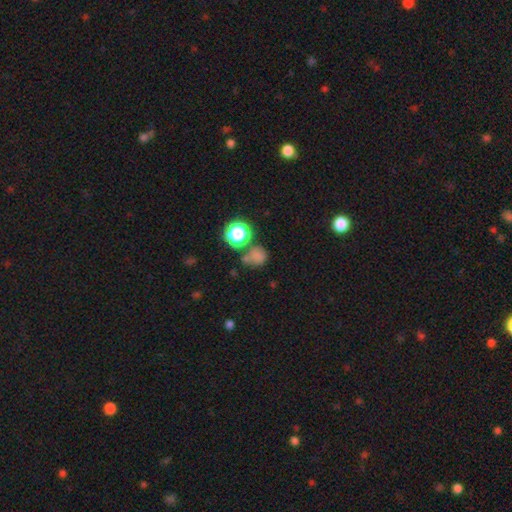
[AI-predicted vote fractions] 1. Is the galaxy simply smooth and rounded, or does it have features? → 72% smooth, 21% star or artifact, 7% featured or disk.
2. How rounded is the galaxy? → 82% round, 17% in between, 1% cigar-shaped.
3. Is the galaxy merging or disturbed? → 57% none, 22% merger, 14% minor disturbance, 7% major disturbance.